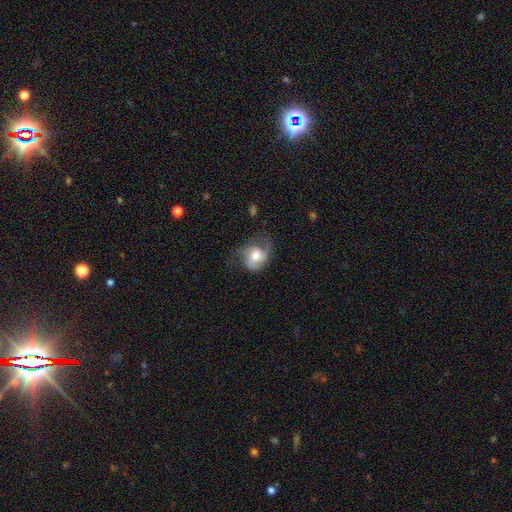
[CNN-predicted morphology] A featured or disk galaxy (50%). Merging: none (42%).